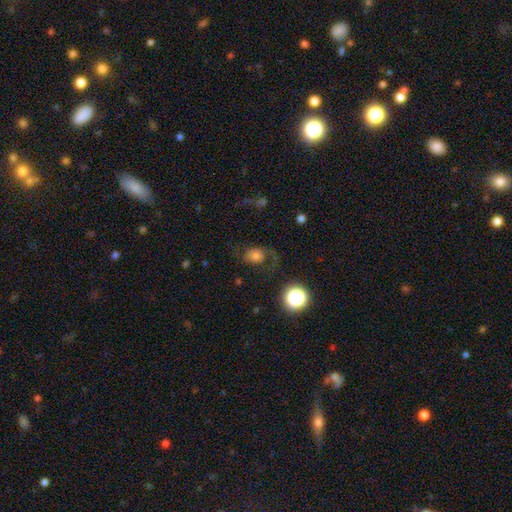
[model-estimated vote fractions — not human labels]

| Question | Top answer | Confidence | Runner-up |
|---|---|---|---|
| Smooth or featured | smooth | 54% | featured or disk (31%) |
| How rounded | round | 51% | in between (48%) |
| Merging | none | 47% | major disturbance (31%) |